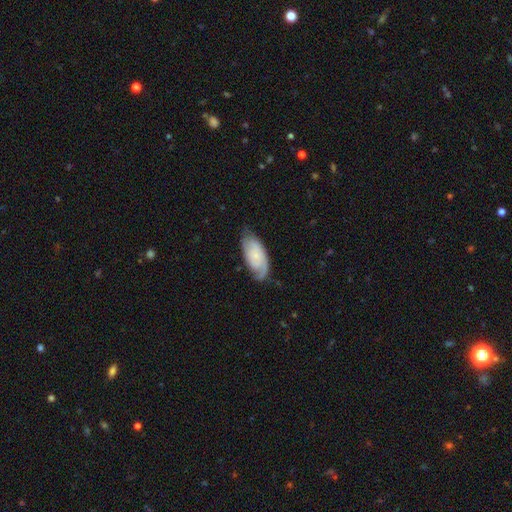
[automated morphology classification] Smooth or featured? featured or disk (61%)
Edge-on disk? no (93%)
Bar? no (76%)
Spiral arms? yes (89%)
Bulge size? small (72%)
Merging? none (64%)